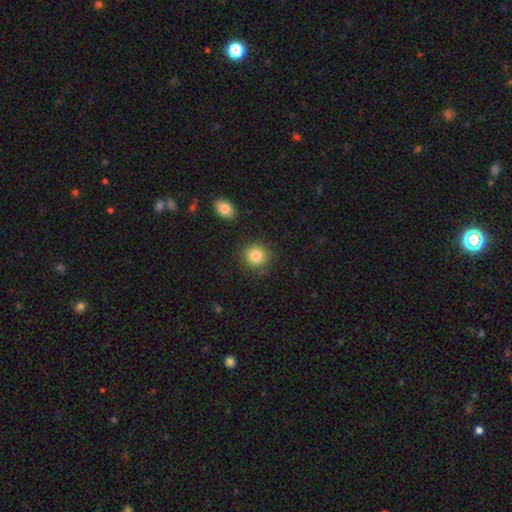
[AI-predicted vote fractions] smooth_or_featured: smooth (p=0.85) [alt: star or artifact p=0.09]
how_rounded: round (p=0.86) [alt: in between p=0.13]
merging: none (p=0.86) [alt: minor disturbance p=0.09]